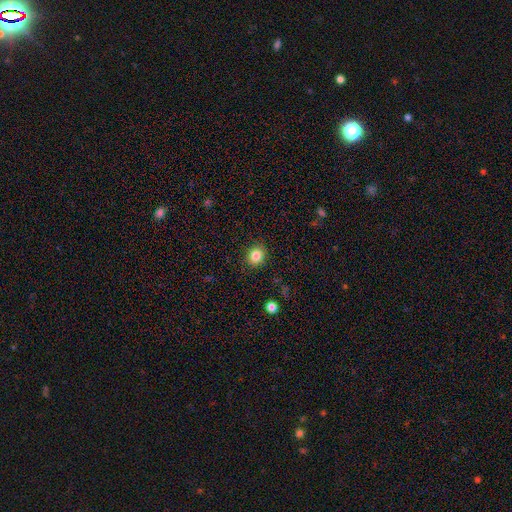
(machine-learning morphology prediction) The model was most divided on "how rounded": round: 75%, in between: 25%, cigar-shaped: 1%. More confident: merging — none (88%); smooth or featured — smooth (84%).